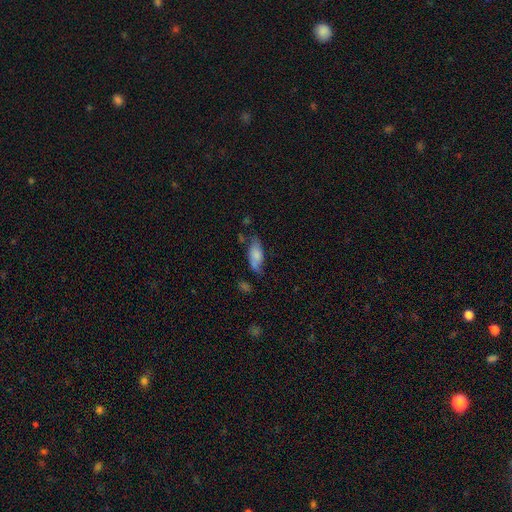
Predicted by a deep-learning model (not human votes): Q: Smooth or featured?
A: smooth (71%); runner-up: featured or disk (22%)
Q: How rounded?
A: in between (81%); runner-up: cigar-shaped (16%)
Q: Merging?
A: none (55%); runner-up: minor disturbance (30%)